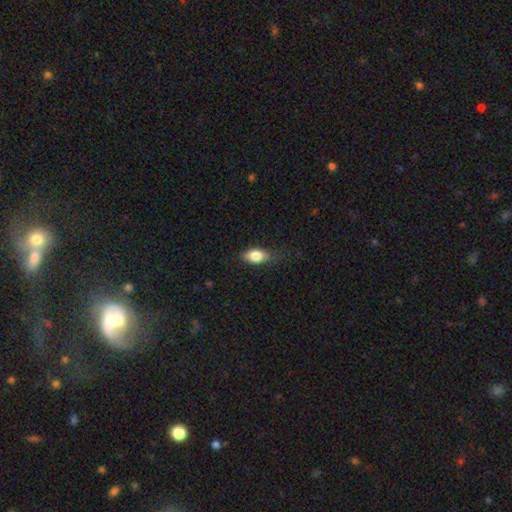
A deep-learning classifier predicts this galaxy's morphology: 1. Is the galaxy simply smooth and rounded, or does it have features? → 81% smooth, 11% featured or disk, 8% star or artifact.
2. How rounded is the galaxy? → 85% in between, 9% round, 6% cigar-shaped.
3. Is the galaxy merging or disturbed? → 62% none, 28% minor disturbance, 9% major disturbance, 1% merger.